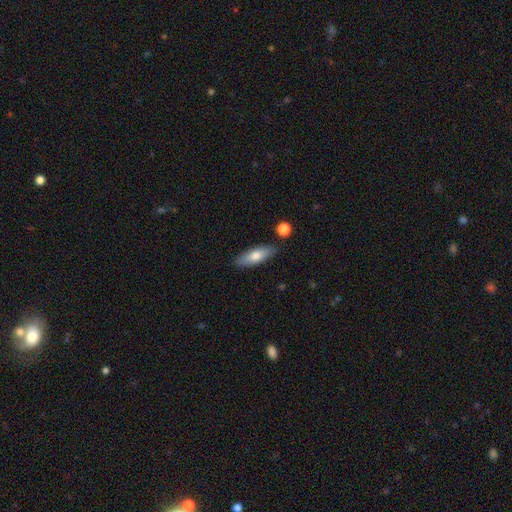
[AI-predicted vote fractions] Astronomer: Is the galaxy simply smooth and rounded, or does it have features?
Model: smooth — 72%.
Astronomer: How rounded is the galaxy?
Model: in between — 58% (runner-up: cigar-shaped, 39%).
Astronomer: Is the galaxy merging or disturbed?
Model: none — 84%.